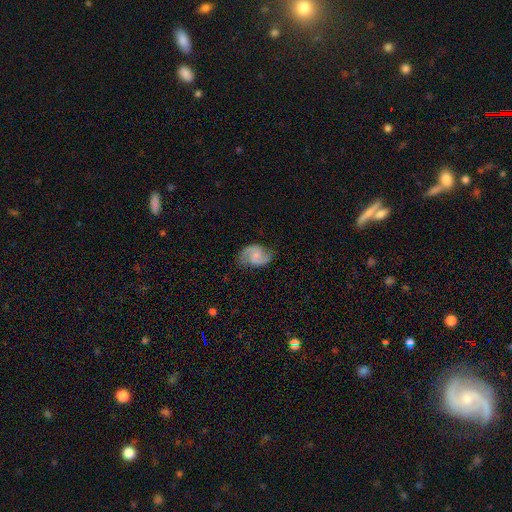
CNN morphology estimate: Smooth or featured? Predicted: featured or disk (p=0.77). Edge-on disk? Predicted: no (p=0.98). Bar? Predicted: no (p=0.57). Spiral arms? Predicted: yes (p=0.95). Spiral winding? Predicted: medium (p=0.50). Spiral arm count? Predicted: 2 (p=0.91). Bulge size? Predicted: small (p=0.59). Merging? Predicted: none (p=0.75).